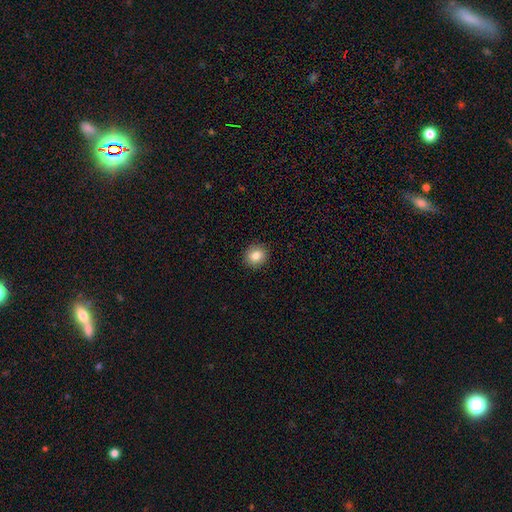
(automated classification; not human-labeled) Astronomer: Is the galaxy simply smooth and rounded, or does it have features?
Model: smooth — 84%.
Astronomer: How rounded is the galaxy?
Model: round — 84%.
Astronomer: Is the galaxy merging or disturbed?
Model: none — 91%.